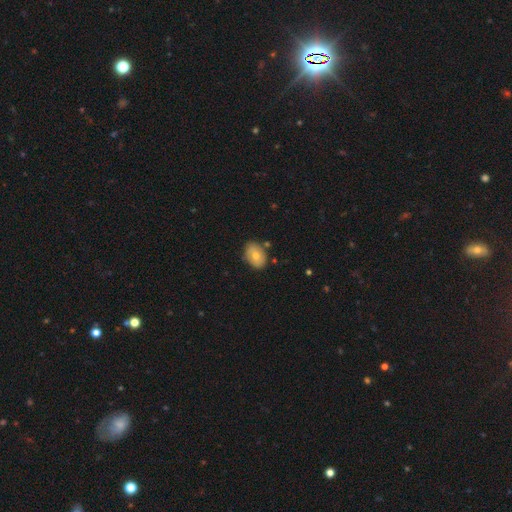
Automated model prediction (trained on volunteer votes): Smooth or featured? smooth (66%)
How rounded? in between (76%)
Merging? none (78%)